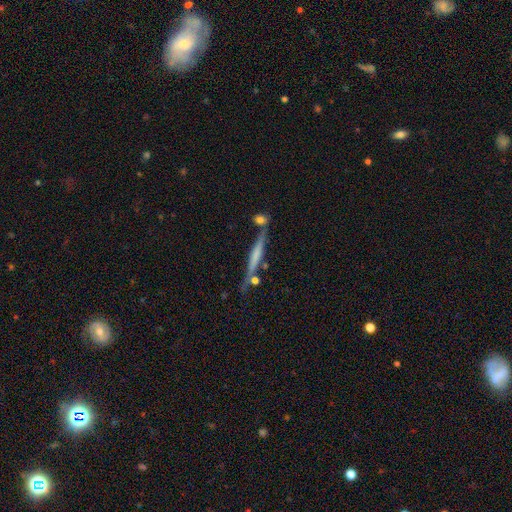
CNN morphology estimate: This is possibly a featured or disk galaxy (57%). It is clearly viewed edge-on (95%). Edge-on bulge: possibly none (51%). Merging: likely none (68%).